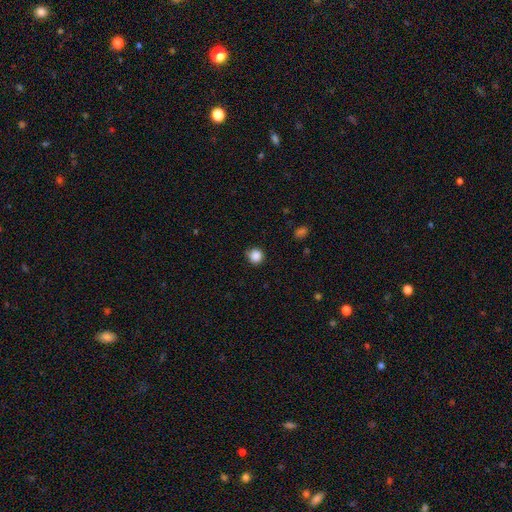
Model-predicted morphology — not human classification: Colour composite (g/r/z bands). It shows a smooth galaxy with no disk features (87%) that is round (92%). Merging: none (82%).